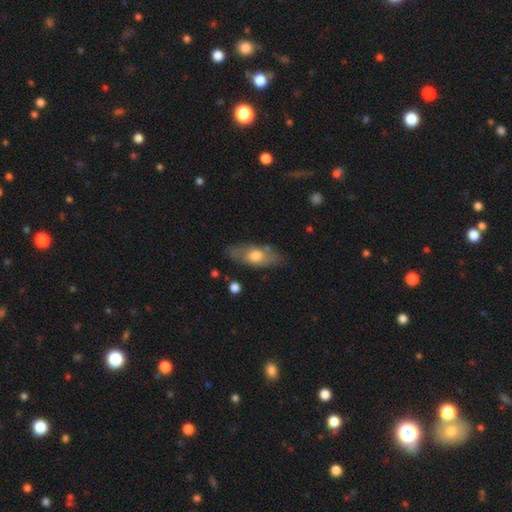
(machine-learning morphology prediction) type=smooth (57%); roundness=in between (77%); merging=none (75%).